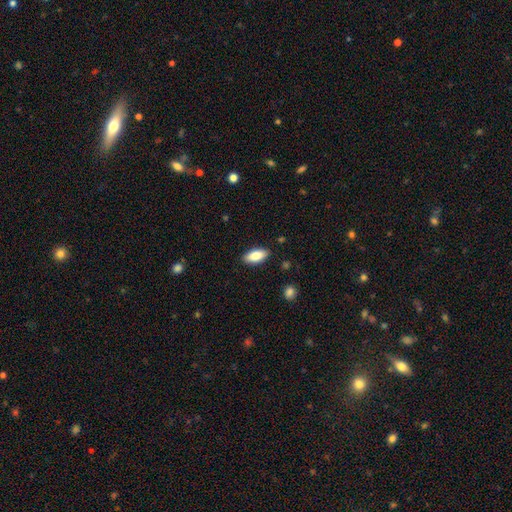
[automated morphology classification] Q: Smooth or featured?
A: smooth (83%); runner-up: featured or disk (11%)
Q: How rounded?
A: in between (87%); runner-up: cigar-shaped (11%)
Q: Merging?
A: none (88%); runner-up: minor disturbance (9%)